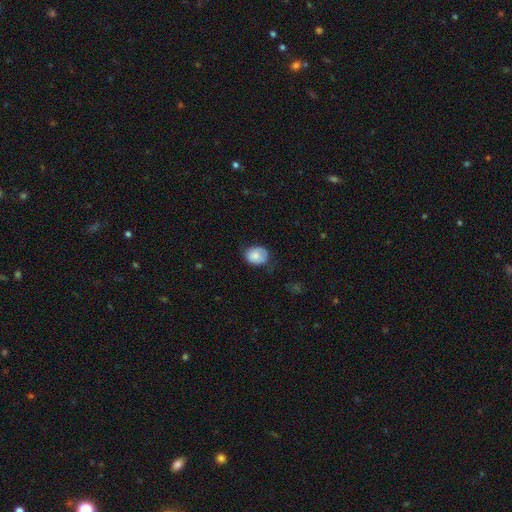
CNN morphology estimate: Smooth or featured? Predicted: smooth (p=0.80). How rounded? Predicted: round (p=0.55). Merging? Predicted: none (p=0.58).